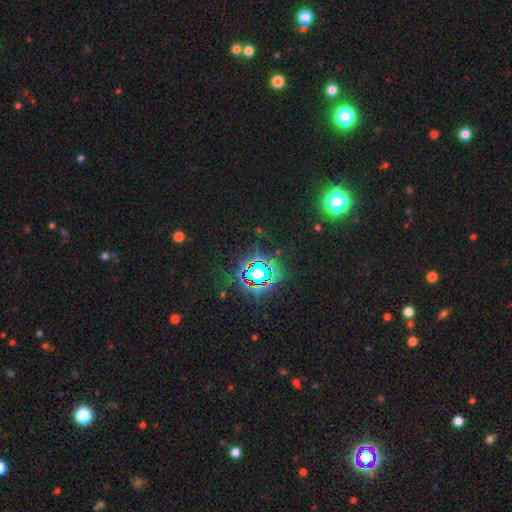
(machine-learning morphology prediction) Smooth or featured?
  - star or artifact: 83% *
  - smooth: 10%
  - featured or disk: 7%